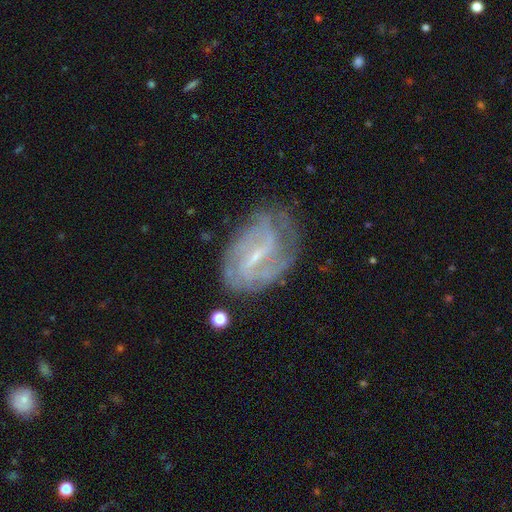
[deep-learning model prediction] Smooth or featured? Predicted: featured or disk (p=0.84). Edge-on disk? Predicted: no (p=0.96). Bar? Predicted: weak (p=0.46). Spiral arms? Predicted: yes (p=0.91). Spiral winding? Predicted: tight (p=0.45). Spiral arm count? Predicted: can't tell (p=0.34). Bulge size? Predicted: small (p=0.72). Merging? Predicted: none (p=0.63).